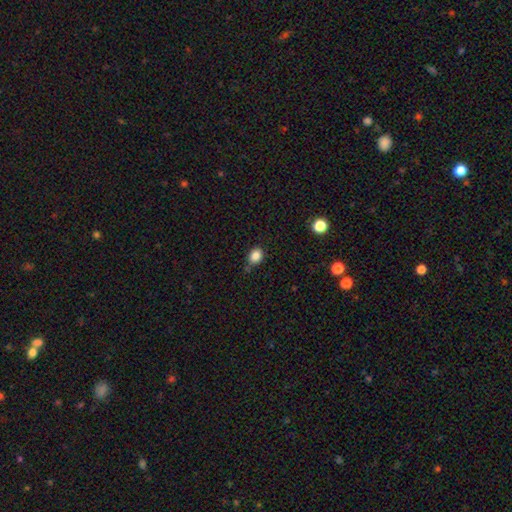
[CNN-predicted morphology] Smooth or featured? smooth (85%)
How rounded? in between (51%)
Merging? none (74%)